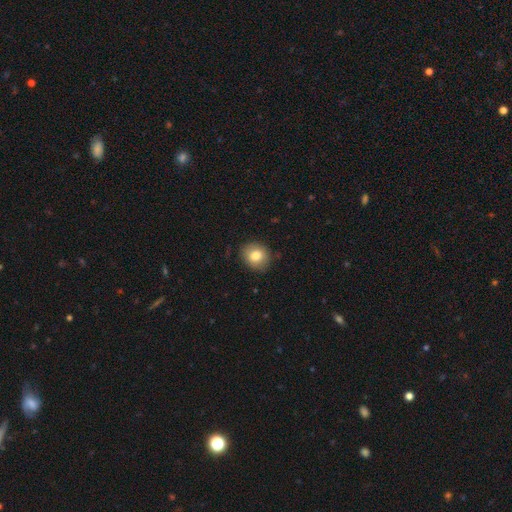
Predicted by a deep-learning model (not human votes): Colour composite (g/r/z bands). It shows a smooth galaxy with no disk features (80%) that is round (77%). Merging: none (86%).